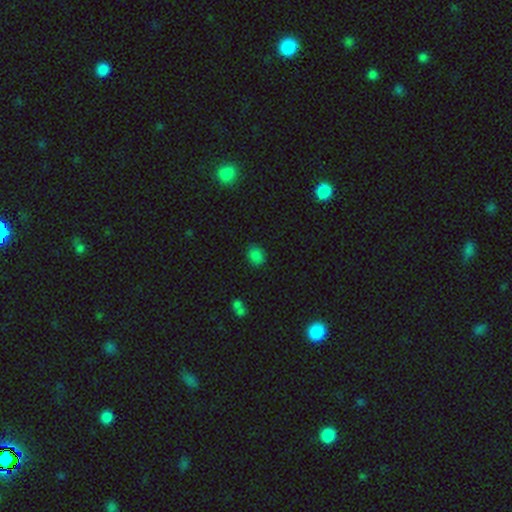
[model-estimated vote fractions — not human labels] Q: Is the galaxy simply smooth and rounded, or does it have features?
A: smooth — 82%.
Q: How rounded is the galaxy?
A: in between — 57%.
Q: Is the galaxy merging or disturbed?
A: none — 82%.